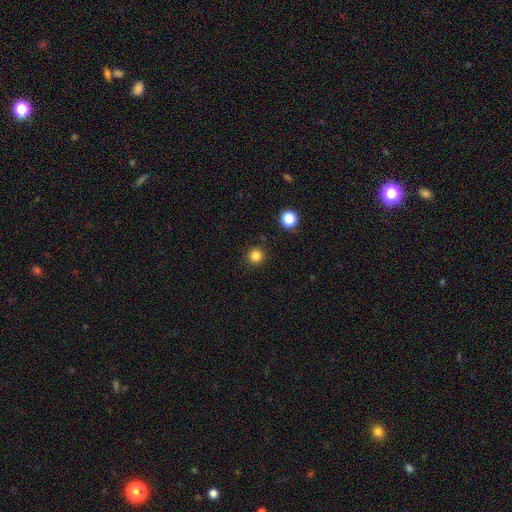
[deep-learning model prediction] smooth 83%, star or artifact 13%, featured or disk 4%. Down the decision tree: how rounded — round (95%); merging — none (89%).